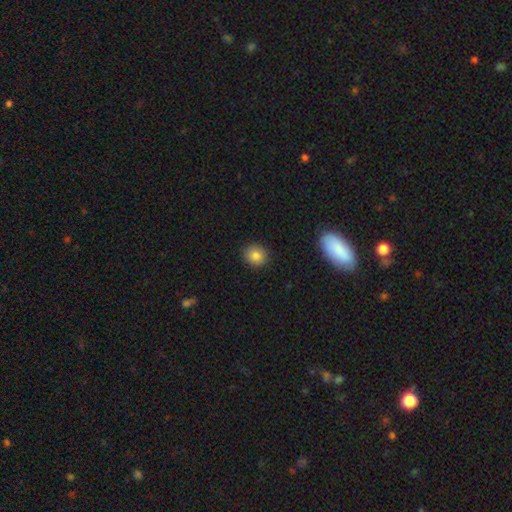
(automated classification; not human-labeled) smooth_or_featured: smooth (p=0.82) [alt: star or artifact p=0.11]
how_rounded: round (p=0.85) [alt: in between p=0.14]
merging: none (p=0.89) [alt: minor disturbance p=0.07]